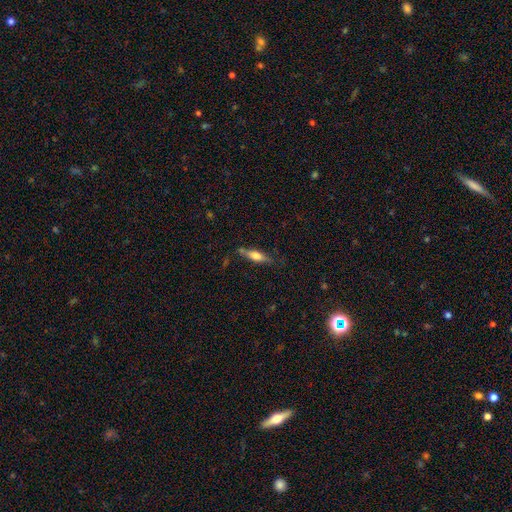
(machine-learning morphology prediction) This appears to be a smooth galaxy with no disk features (61%) that is cigar-shaped (57%). Merging: none (65%).